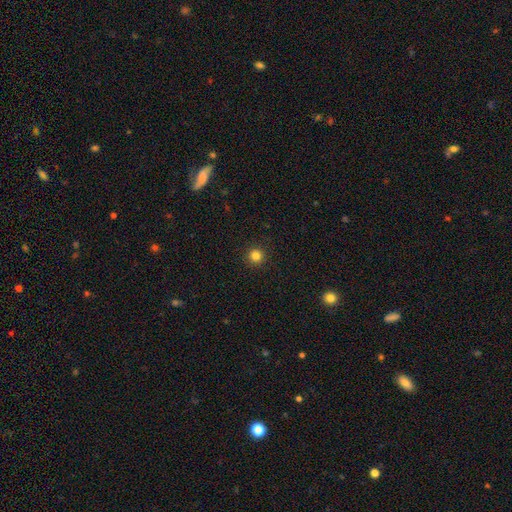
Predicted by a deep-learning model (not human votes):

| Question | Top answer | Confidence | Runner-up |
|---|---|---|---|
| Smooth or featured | smooth | 83% | star or artifact (13%) |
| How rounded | round | 96% | in between (3%) |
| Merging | none | 93% | minor disturbance (5%) |